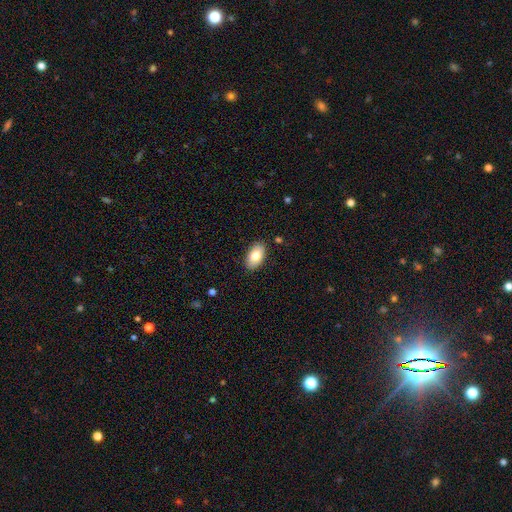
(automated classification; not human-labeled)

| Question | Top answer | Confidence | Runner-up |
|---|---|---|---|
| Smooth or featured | smooth | 79% | featured or disk (14%) |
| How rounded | in between | 94% | round (5%) |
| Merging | none | 87% | minor disturbance (9%) |